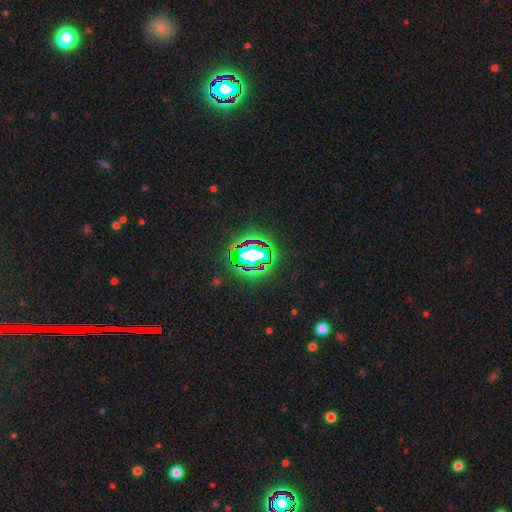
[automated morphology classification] Q: Smooth or featured?
A: star or artifact (67%); runner-up: smooth (20%)